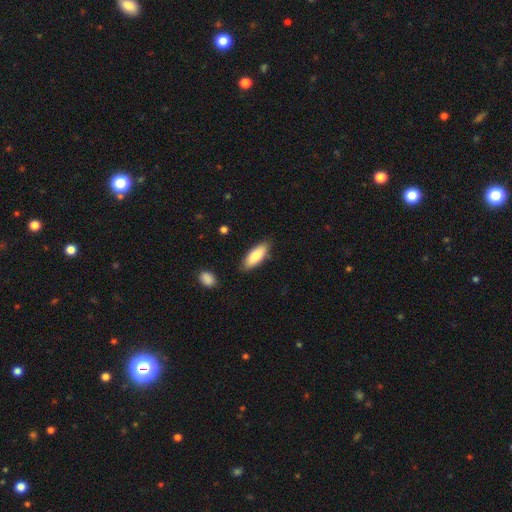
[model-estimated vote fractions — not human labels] Morphology: type=smooth (82%); roundness=in between (69%); merging=none (84%).